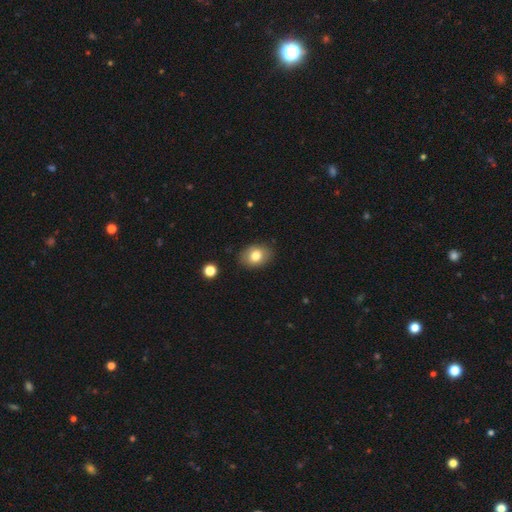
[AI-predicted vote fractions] Q: Smooth or featured?
A: smooth (80%); runner-up: featured or disk (11%)
Q: How rounded?
A: in between (67%); runner-up: round (32%)
Q: Merging?
A: none (86%); runner-up: minor disturbance (10%)